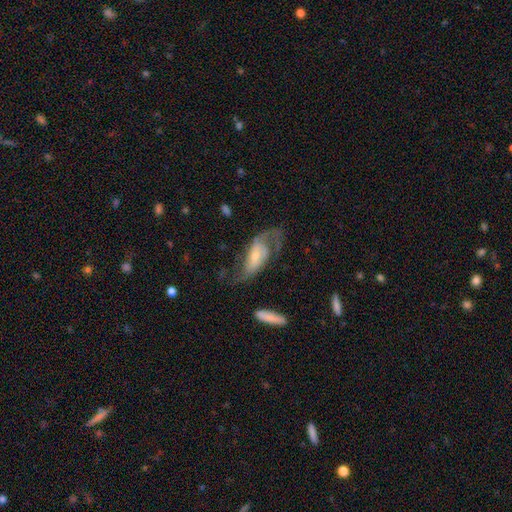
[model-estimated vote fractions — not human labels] Smooth or featured?
  - featured or disk: 75% *
  - smooth: 18%
  - star or artifact: 6%
Edge-on disk?
  - no: 92% *
  - yes: 8%
Bar?
  - no: 43% *
  - weak: 38%
  - strong: 19%
Spiral arms?
  - yes: 89% *
  - no: 11%
Spiral winding?
  - loose: 58% *
  - medium: 32%
  - tight: 10%
Spiral arm count?
  - 2: 83% *
  - can't tell: 7%
  - 1: 6%
  - 3: 2%
  - 4: 1%
  - more than 4: 1%
Bulge size?
  - small: 48% *
  - moderate: 40%
  - large: 6%
  - none: 4%
  - dominant: 2%
Merging?
  - none: 46% *
  - major disturbance: 32%
  - minor disturbance: 19%
  - merger: 3%